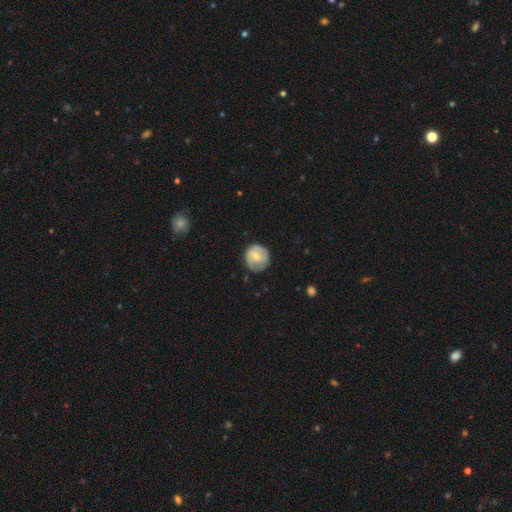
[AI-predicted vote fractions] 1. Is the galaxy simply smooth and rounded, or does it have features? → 55% smooth, 39% featured or disk, 6% star or artifact.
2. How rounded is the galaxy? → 88% round, 11% in between, 1% cigar-shaped.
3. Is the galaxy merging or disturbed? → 73% none, 20% minor disturbance, 5% major disturbance, 1% merger.